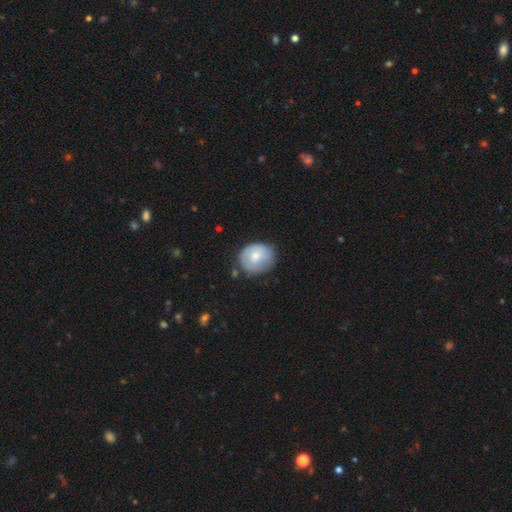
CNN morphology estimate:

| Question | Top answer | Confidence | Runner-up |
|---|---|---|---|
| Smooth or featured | smooth | 69% | featured or disk (24%) |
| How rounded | round | 70% | in between (29%) |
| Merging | none | 68% | minor disturbance (24%) |